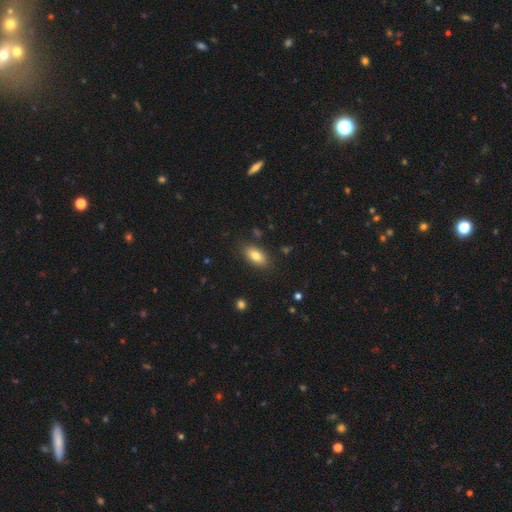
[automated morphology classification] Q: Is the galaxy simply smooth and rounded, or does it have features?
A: smooth — 81%.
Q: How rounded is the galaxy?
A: in between — 90%.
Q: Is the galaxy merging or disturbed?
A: none — 85%.